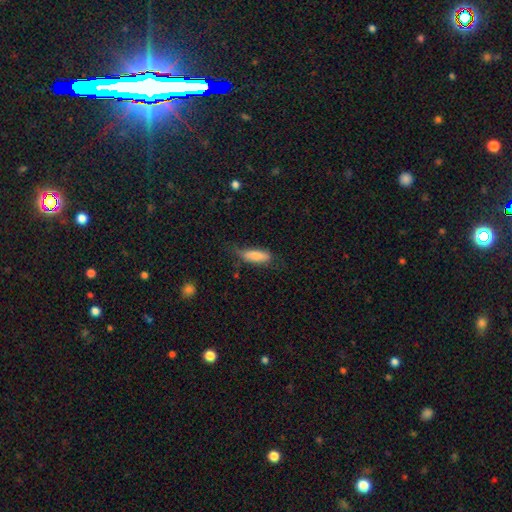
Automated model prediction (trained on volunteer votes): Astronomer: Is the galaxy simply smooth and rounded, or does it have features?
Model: smooth — 82%.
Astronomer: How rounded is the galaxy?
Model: in between — 53% (runner-up: cigar-shaped, 45%).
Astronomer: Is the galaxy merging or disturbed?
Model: none — 52% (runner-up: minor disturbance, 33%).